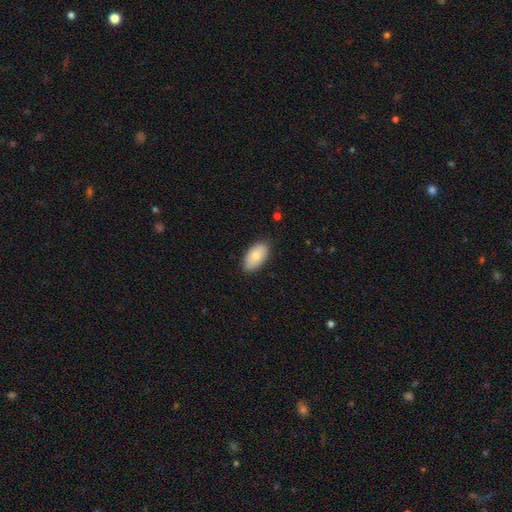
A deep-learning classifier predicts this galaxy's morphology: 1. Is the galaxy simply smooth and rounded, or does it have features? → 79% smooth, 15% featured or disk, 6% star or artifact.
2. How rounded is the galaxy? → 94% in between, 4% round, 2% cigar-shaped.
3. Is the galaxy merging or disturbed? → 86% none, 11% minor disturbance, 2% major disturbance, 1% merger.